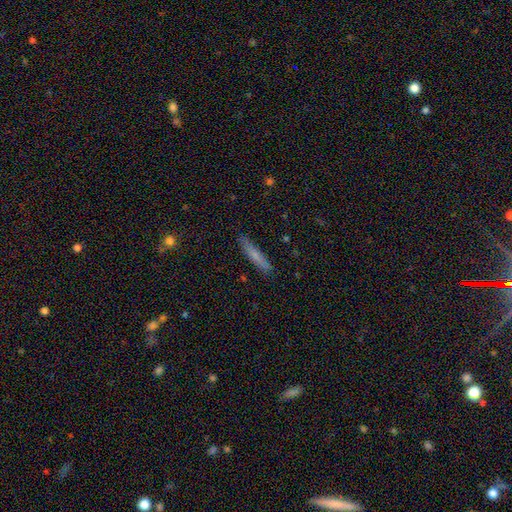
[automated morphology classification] A smooth galaxy with no disk features (66%) that is cigar-shaped (92%).

Vote fractions:
- Smooth or featured? smooth: 66% / featured or disk: 27% / star or artifact: 7%
- How rounded? cigar-shaped: 92% / in between: 7% / round: 2%
- Merging? none: 86% / minor disturbance: 11% / major disturbance: 2% / merger: 1%